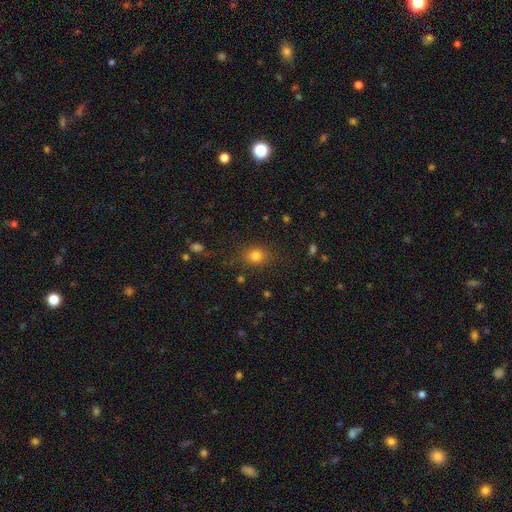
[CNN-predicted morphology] smooth-or-featured: smooth: 80% | star or artifact: 14% | featured or disk: 7%
  how-rounded: round: 67% | in between: 32% | cigar-shaped: 1%
  merging: none: 83% | minor disturbance: 11% | major disturbance: 5% | merger: 2%